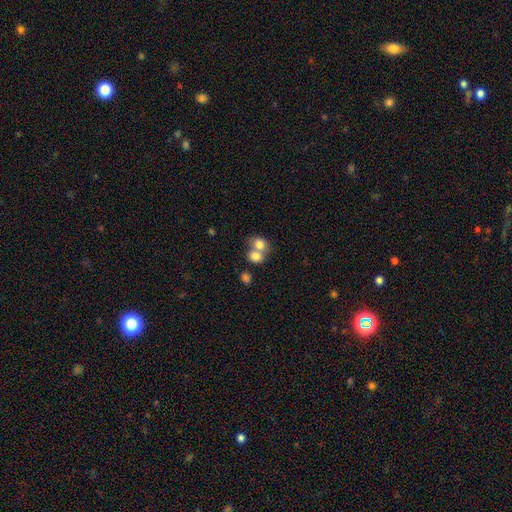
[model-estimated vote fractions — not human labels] A smooth galaxy with no disk features (77%) that is round (54%).

Vote fractions:
- Smooth or featured? smooth: 77% / featured or disk: 13% / star or artifact: 9%
- How rounded? round: 54% / in between: 45% / cigar-shaped: 1%
- Merging? merger: 65% / none: 25% / minor disturbance: 6% / major disturbance: 4%